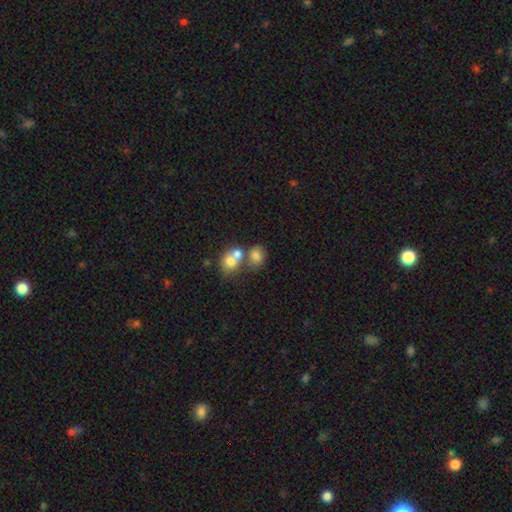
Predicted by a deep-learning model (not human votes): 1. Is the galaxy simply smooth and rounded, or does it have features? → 74% smooth, 14% featured or disk, 12% star or artifact.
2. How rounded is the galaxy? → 57% round, 42% in between, 1% cigar-shaped.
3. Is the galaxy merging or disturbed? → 49% merger, 38% none, 9% minor disturbance, 4% major disturbance.